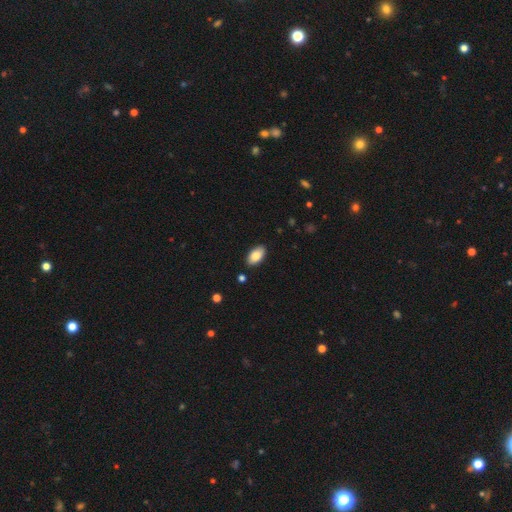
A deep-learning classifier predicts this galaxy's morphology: A smooth galaxy with no disk features (84%) that is in between round and cigar-shaped (95%).

Vote fractions:
- Smooth or featured? smooth: 84% / featured or disk: 9% / star or artifact: 7%
- How rounded? in between: 95% / round: 3% / cigar-shaped: 2%
- Merging? none: 88% / minor disturbance: 9% / major disturbance: 2% / merger: 2%